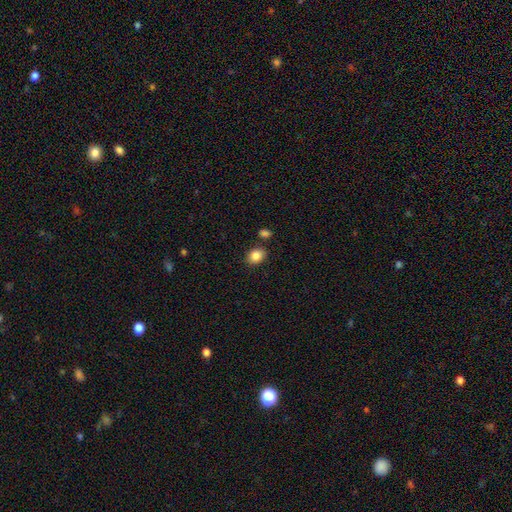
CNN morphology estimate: A smooth galaxy with no disk features (85%) that is in between round and cigar-shaped (52%).

Vote fractions:
- Smooth or featured? smooth: 85% / star or artifact: 9% / featured or disk: 6%
- How rounded? in between: 52% / round: 47% / cigar-shaped: 1%
- Merging? none: 81% / minor disturbance: 10% / merger: 6% / major disturbance: 3%